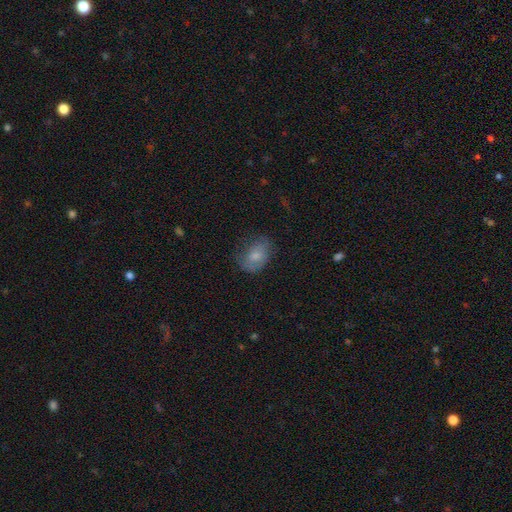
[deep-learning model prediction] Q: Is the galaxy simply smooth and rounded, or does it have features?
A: smooth — 70%.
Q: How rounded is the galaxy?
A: in between — 78%.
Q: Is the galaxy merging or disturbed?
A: none — 60%.